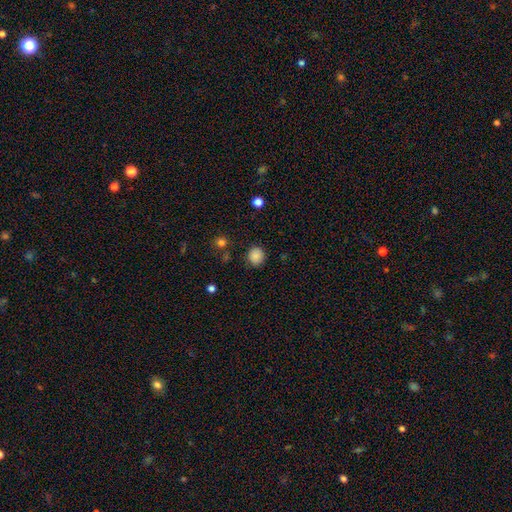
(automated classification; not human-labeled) A smooth galaxy with no disk features (86%) that is round (84%).

Vote fractions:
- Smooth or featured? smooth: 86% / star or artifact: 11% / featured or disk: 4%
- How rounded? round: 84% / in between: 15% / cigar-shaped: 1%
- Merging? none: 85% / minor disturbance: 10% / major disturbance: 3% / merger: 2%